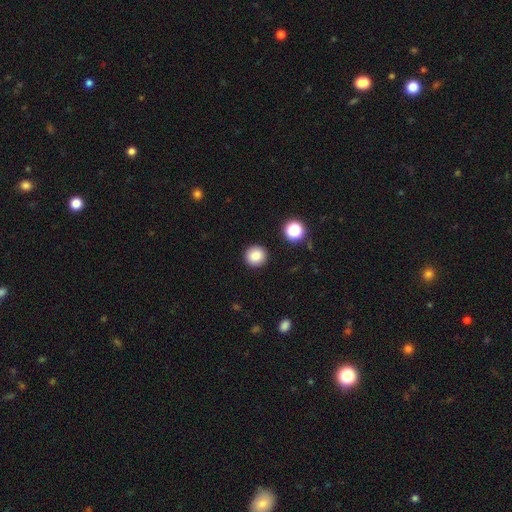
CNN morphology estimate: This is clearly a smooth galaxy (85%). How rounded: clearly round (93%). Merging: clearly none (91%).